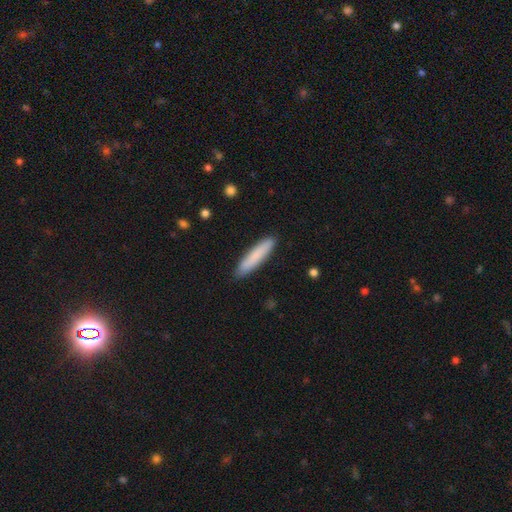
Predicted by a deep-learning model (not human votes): smooth-or-featured: smooth: 83% | featured or disk: 11% | star or artifact: 6%
  how-rounded: cigar-shaped: 88% | in between: 10% | round: 1%
  merging: none: 89% | minor disturbance: 8% | major disturbance: 1% | merger: 1%